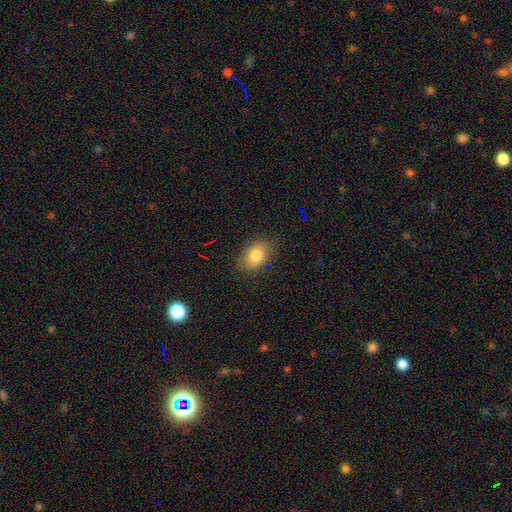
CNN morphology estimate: smooth 82%, featured or disk 10%, star or artifact 9%. Down the decision tree: how rounded — in between (84%); merging — none (83%).